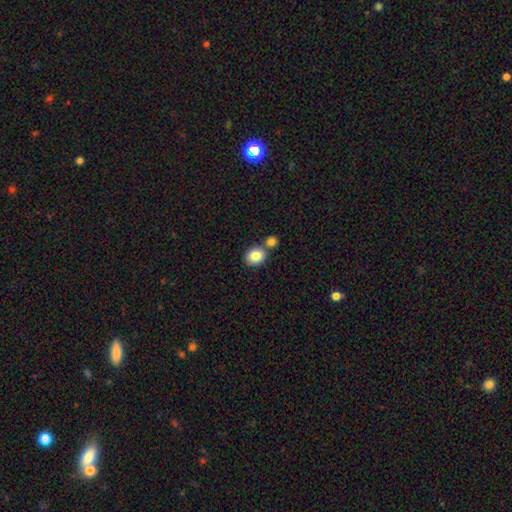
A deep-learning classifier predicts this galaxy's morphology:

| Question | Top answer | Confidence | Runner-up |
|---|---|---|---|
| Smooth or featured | smooth | 84% | star or artifact (8%) |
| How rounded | round | 60% | in between (39%) |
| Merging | none | 61% | merger (27%) |